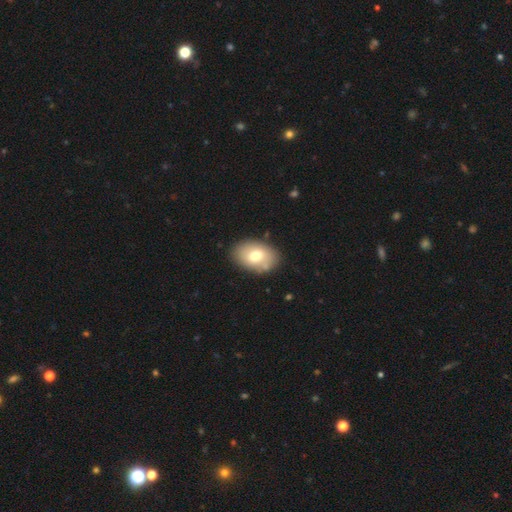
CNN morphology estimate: This appears to be a smooth galaxy with no disk features (71%) that is in between round and cigar-shaped (85%). Merging: none (82%).